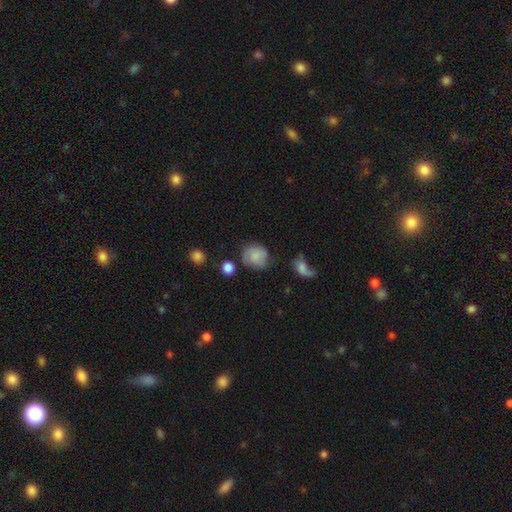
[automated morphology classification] This appears to be a smooth galaxy with no disk features (65%) that is round (74%). Merging: none (60%).